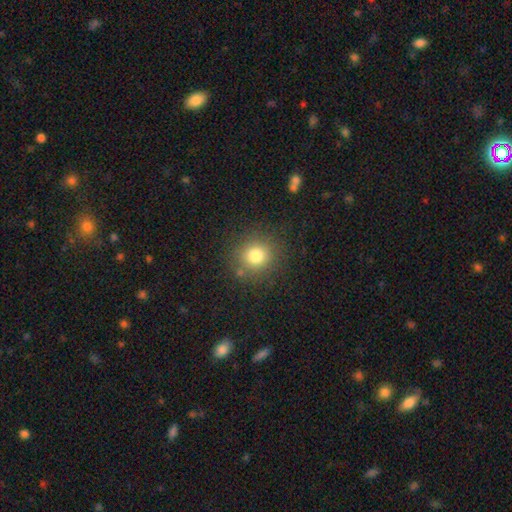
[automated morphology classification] Smooth or featured? Predicted: smooth (p=0.78). How rounded? Predicted: round (p=0.90). Merging? Predicted: none (p=0.85).